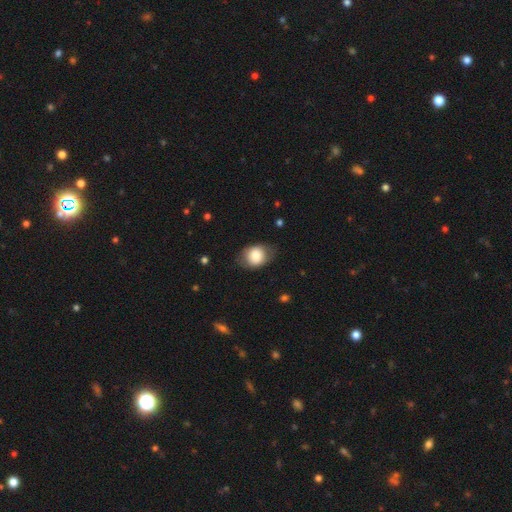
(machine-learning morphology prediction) The model was most divided on "how rounded": in between: 62%, round: 37%, cigar-shaped: 1%. More confident: smooth or featured — smooth (78%); merging — none (72%).